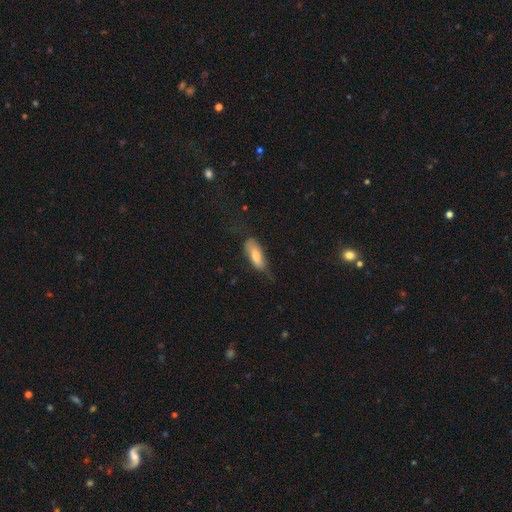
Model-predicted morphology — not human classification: Smooth or featured? Predicted: smooth (p=0.69). How rounded? Predicted: in between (p=0.69). Merging? Predicted: none (p=0.49).